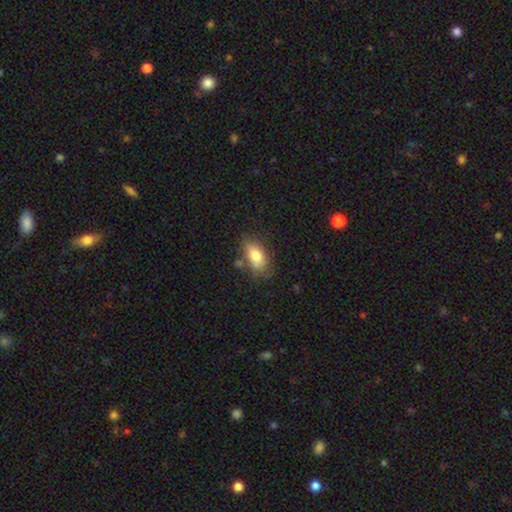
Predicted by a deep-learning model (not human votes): The model was most divided on "merging": none: 67%, minor disturbance: 20%, merger: 7%, major disturbance: 5%. More confident: how rounded — in between (89%); smooth or featured — smooth (78%).